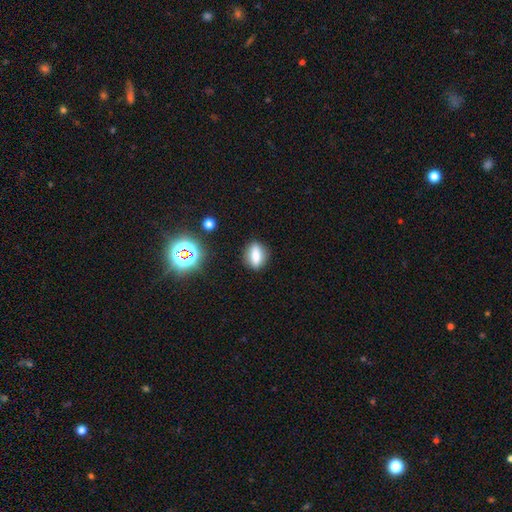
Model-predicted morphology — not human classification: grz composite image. It shows a smooth galaxy with no disk features (73%) that is in between round and cigar-shaped (69%). Merging: none (85%).